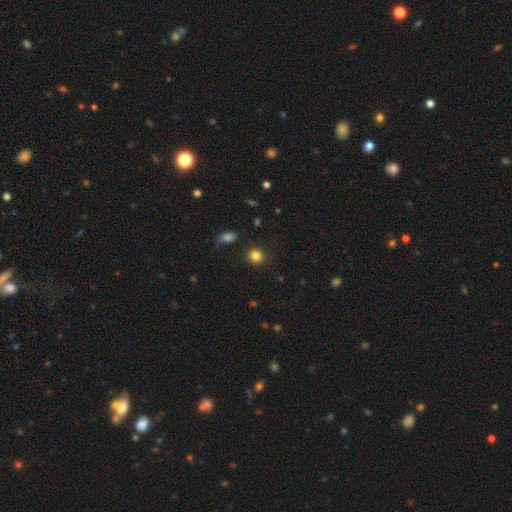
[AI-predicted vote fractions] Smooth or featured? Predicted: smooth (p=0.84). How rounded? Predicted: round (p=0.90). Merging? Predicted: none (p=0.88).